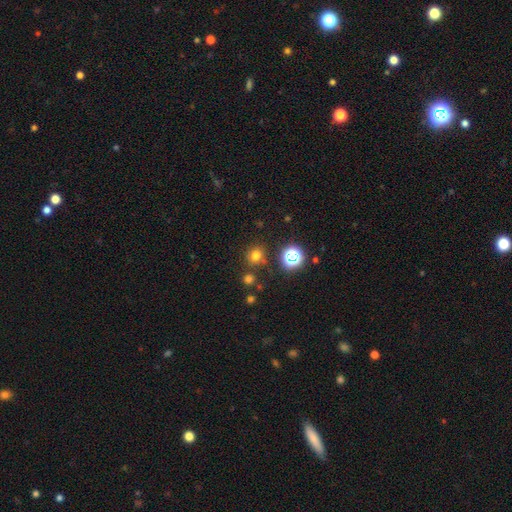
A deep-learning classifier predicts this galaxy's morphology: smooth-or-featured: smooth: 70% | star or artifact: 23% | featured or disk: 7%
  how-rounded: round: 86% | in between: 13% | cigar-shaped: 1%
  merging: none: 81% | minor disturbance: 9% | merger: 7% | major disturbance: 3%